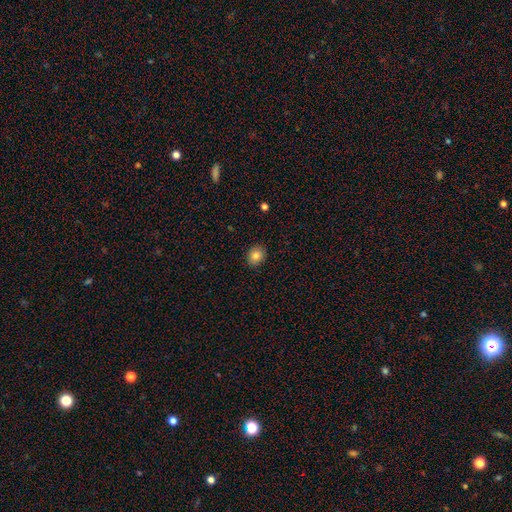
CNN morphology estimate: smooth-or-featured: smooth: 83% | star or artifact: 10% | featured or disk: 7%
  how-rounded: round: 66% | in between: 33% | cigar-shaped: 1%
  merging: none: 89% | minor disturbance: 8% | major disturbance: 2% | merger: 1%